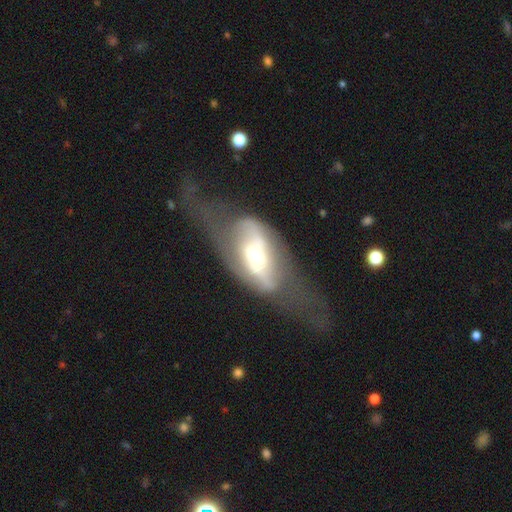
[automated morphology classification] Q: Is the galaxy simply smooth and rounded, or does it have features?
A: featured or disk — 66%.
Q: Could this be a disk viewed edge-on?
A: no — 84%.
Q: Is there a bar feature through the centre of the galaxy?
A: no — 38%.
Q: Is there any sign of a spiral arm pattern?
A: yes — 50%, tied with no.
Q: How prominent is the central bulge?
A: moderate — 55%.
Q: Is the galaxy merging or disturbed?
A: major disturbance — 52%.